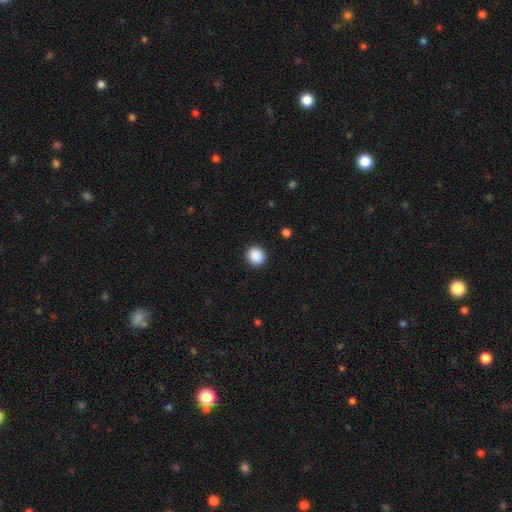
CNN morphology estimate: Smooth or featured? smooth (89%)
How rounded? round (83%)
Merging? none (92%)